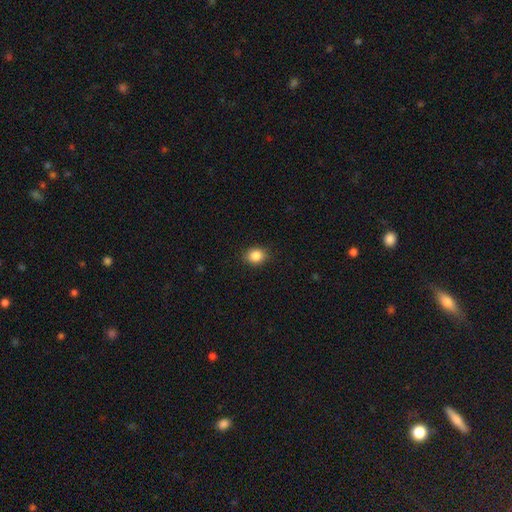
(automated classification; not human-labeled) Smooth or featured? Predicted: smooth (p=0.86). How rounded? Predicted: round (p=0.57). Merging? Predicted: none (p=0.88).